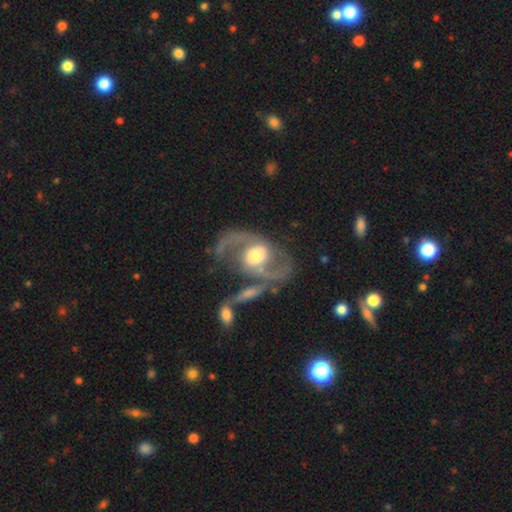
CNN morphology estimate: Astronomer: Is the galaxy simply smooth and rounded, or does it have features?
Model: featured or disk — 83%.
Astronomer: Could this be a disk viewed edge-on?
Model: no — 96%.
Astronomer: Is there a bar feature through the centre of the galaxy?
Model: no — 54% (runner-up: weak, 31%).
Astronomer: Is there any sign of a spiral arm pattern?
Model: yes — 88%.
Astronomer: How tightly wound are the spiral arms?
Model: medium — 46% (runner-up: loose, 41%).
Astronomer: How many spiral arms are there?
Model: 2 — 89%.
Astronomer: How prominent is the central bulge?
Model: moderate — 61%.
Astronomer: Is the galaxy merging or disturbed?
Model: none — 52%.